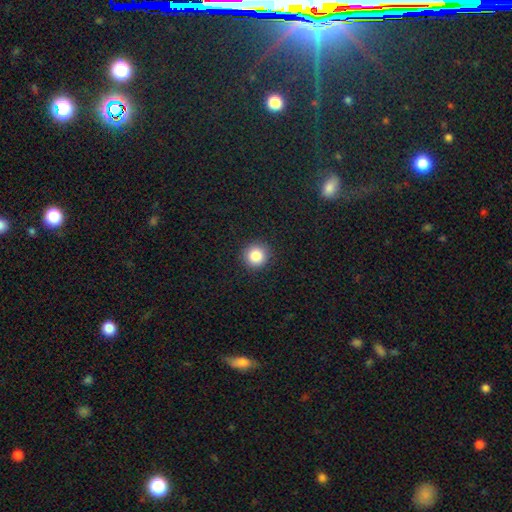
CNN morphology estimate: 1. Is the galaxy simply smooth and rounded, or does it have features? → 85% smooth, 11% star or artifact, 5% featured or disk.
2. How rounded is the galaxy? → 94% round, 5% in between, 1% cigar-shaped.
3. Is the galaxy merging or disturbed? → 92% none, 5% minor disturbance, 2% major disturbance, 1% merger.